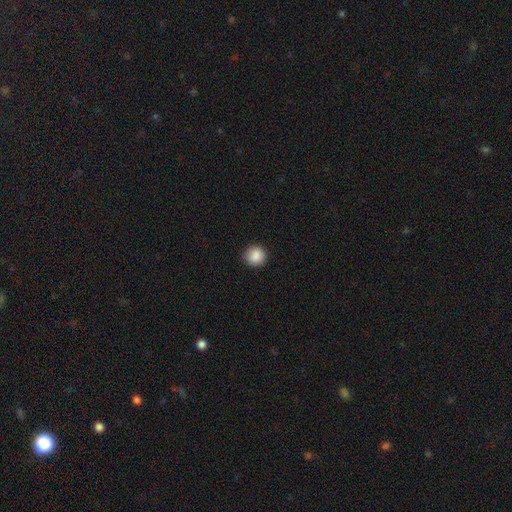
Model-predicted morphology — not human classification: smooth 88%, star or artifact 9%, featured or disk 3%. Down the decision tree: how rounded — round (93%); merging — none (90%).